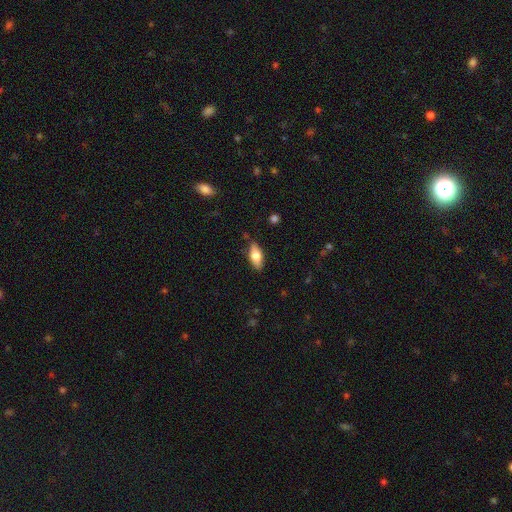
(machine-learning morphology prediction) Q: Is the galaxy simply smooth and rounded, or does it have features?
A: smooth — 67%.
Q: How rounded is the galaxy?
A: in between — 81%.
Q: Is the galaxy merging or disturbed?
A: none — 82%.